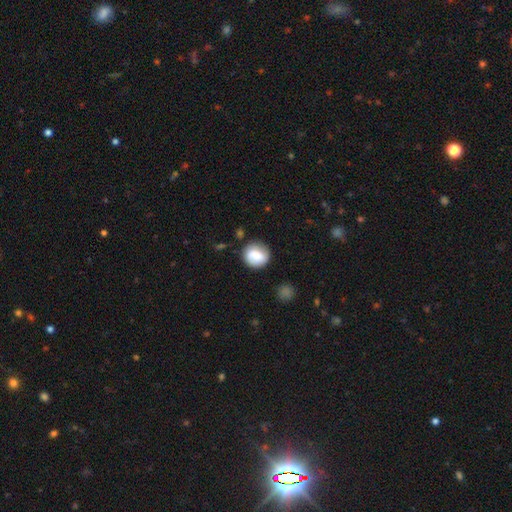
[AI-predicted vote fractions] smooth_or_featured: smooth (p=0.72) [alt: featured or disk p=0.21]
how_rounded: round (p=0.84) [alt: in between p=0.15]
merging: none (p=0.77) [alt: minor disturbance p=0.15]